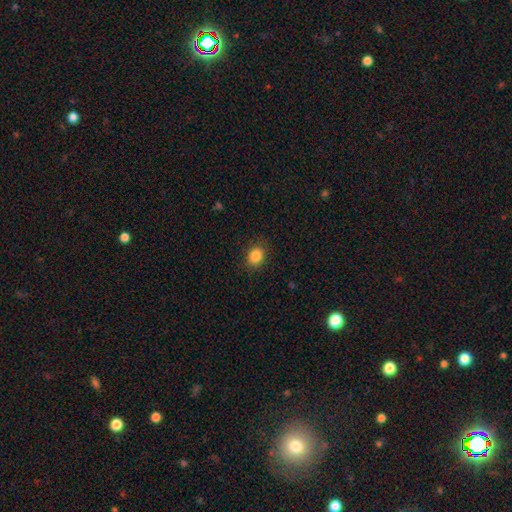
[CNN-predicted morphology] This is clearly a smooth galaxy (86%). How rounded: possibly round (54%). Merging: clearly none (86%).